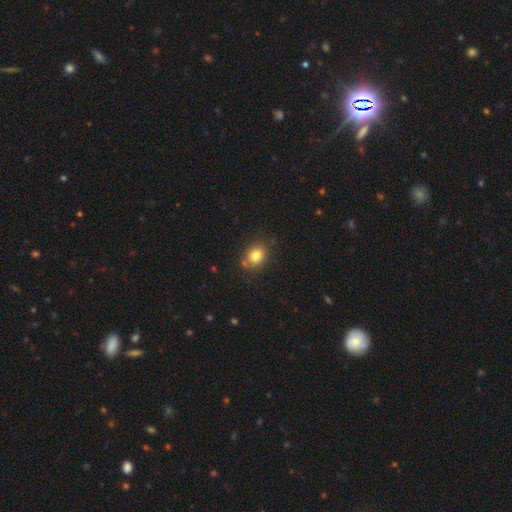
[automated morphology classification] Smooth or featured?
  - smooth: 81% *
  - star or artifact: 11%
  - featured or disk: 8%
How rounded?
  - round: 59% *
  - in between: 40%
  - cigar-shaped: 1%
Merging?
  - none: 74% *
  - minor disturbance: 15%
  - merger: 7%
  - major disturbance: 4%